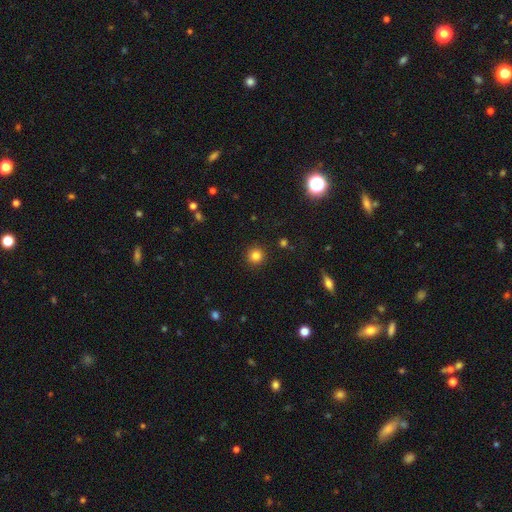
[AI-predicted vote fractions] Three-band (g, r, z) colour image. It shows a smooth galaxy with no disk features (83%) that is round (94%). Merging: none (91%).